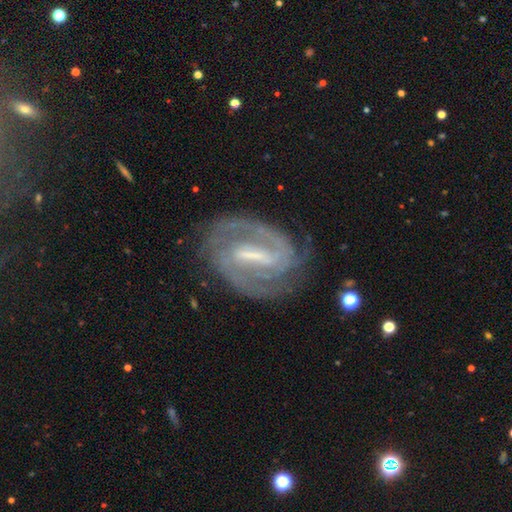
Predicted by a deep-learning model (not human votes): Smooth or featured?
  - featured or disk: 88% *
  - smooth: 6%
  - star or artifact: 6%
Edge-on disk?
  - no: 96% *
  - yes: 4%
Bar?
  - strong: 69% *
  - weak: 26%
  - no: 5%
Spiral arms?
  - yes: 95% *
  - no: 5%
Spiral winding?
  - tight: 49% *
  - medium: 41%
  - loose: 9%
Spiral arm count?
  - 2: 81% *
  - can't tell: 8%
  - 3: 5%
  - 1: 2%
  - 4: 2%
  - more than 4: 2%
Bulge size?
  - small: 42% *
  - none: 27%
  - moderate: 24%
  - large: 5%
  - dominant: 1%
Merging?
  - none: 76% *
  - minor disturbance: 15%
  - major disturbance: 7%
  - merger: 2%